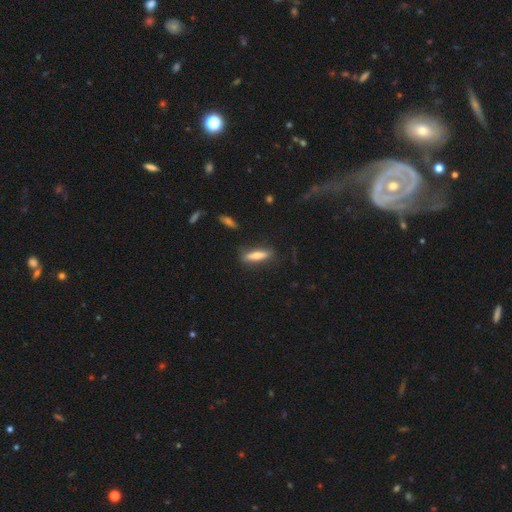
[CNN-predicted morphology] A smooth galaxy with no disk features (67%) that is cigar-shaped (77%).

Vote fractions:
- Smooth or featured? smooth: 67% / featured or disk: 26% / star or artifact: 7%
- How rounded? cigar-shaped: 77% / in between: 21% / round: 2%
- Merging? none: 80% / minor disturbance: 14% / major disturbance: 4% / merger: 2%